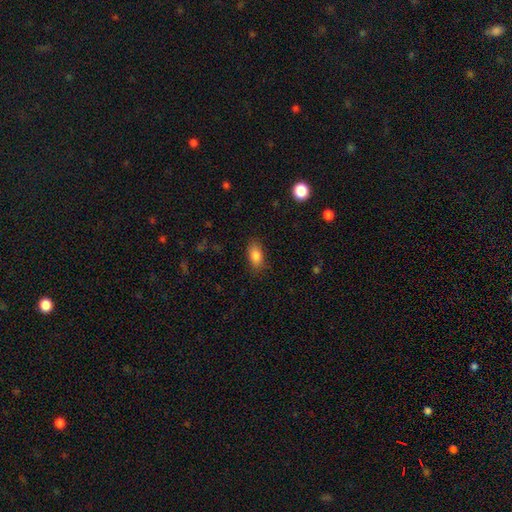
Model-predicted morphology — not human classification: smooth_or_featured: smooth (p=0.85) [alt: star or artifact p=0.08]
how_rounded: in between (p=0.88) [alt: round p=0.07]
merging: none (p=0.84) [alt: minor disturbance p=0.12]